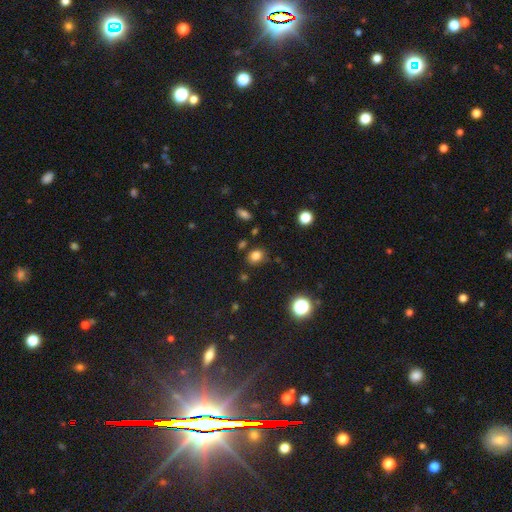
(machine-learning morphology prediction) smooth 80%, star or artifact 14%, featured or disk 6%. Down the decision tree: how rounded — round (54%); merging — none (81%).